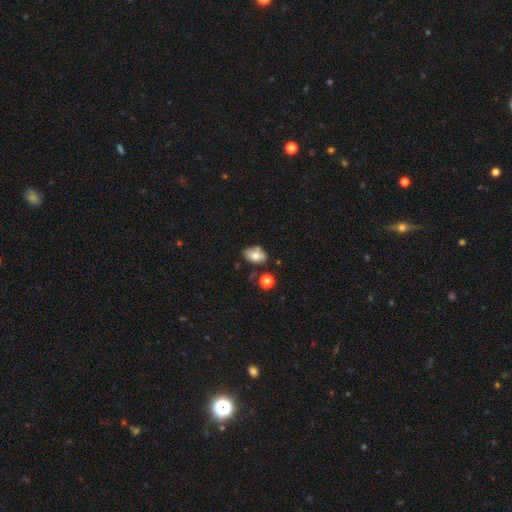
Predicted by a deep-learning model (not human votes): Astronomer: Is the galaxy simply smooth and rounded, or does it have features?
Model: smooth — 69%.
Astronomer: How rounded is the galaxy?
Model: in between — 86%.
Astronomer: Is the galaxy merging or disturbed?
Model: none — 59%.